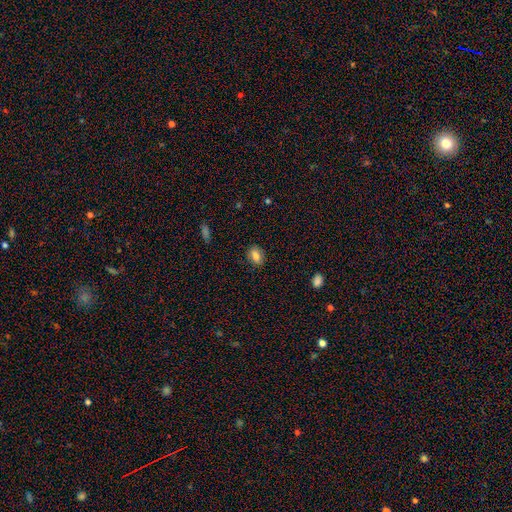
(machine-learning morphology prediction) Smooth or featured: smooth — 80% (featured or disk — 11%)
How rounded: in between — 77% (round — 20%)
Merging: none — 83% (minor disturbance — 13%)